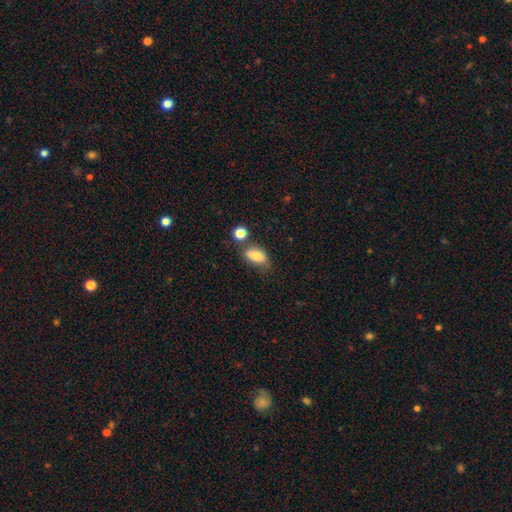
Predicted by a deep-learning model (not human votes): A smooth galaxy with no disk features (76%) that is in between round and cigar-shaped (86%).

Vote fractions:
- Smooth or featured? smooth: 76% / featured or disk: 14% / star or artifact: 9%
- How rounded? in between: 86% / round: 12% / cigar-shaped: 3%
- Merging? none: 52% / minor disturbance: 25% / merger: 14% / major disturbance: 9%